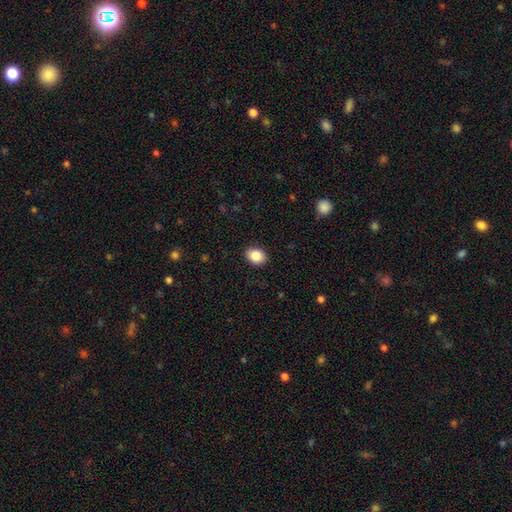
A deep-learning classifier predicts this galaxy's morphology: Smooth or featured? smooth (87%)
How rounded? in between (59%)
Merging? none (90%)